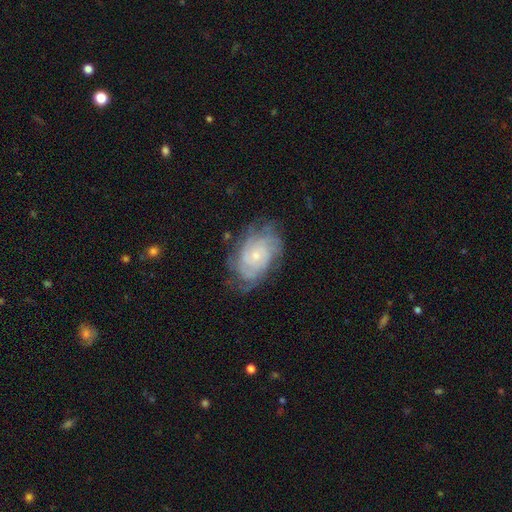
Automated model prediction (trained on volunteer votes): Smooth or featured? featured or disk (79%)
Edge-on disk? no (96%)
Bar? no (77%)
Spiral arms? yes (94%)
Spiral winding? tight (68%)
Spiral arm count? can't tell (43%)
Bulge size? small (73%)
Merging? none (70%)